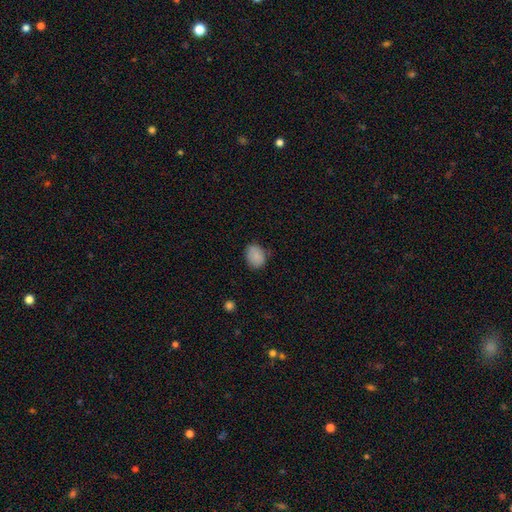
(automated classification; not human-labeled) A smooth galaxy with no disk features (87%) that is in between round and cigar-shaped (62%). Merging: none (76%).